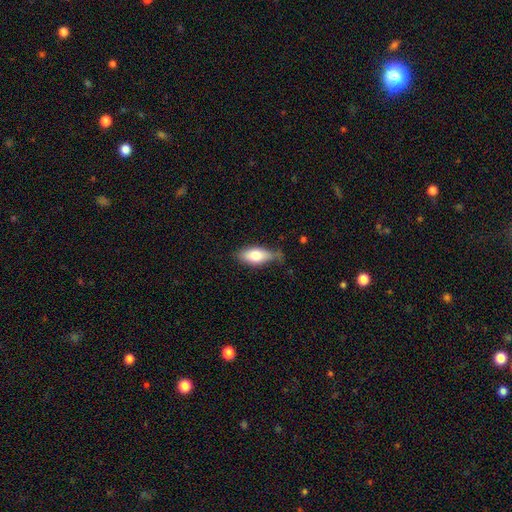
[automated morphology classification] A smooth galaxy with no disk features (75%) that is in between round and cigar-shaped (86%).

Vote fractions:
- Smooth or featured? smooth: 75% / featured or disk: 18% / star or artifact: 6%
- How rounded? in between: 86% / cigar-shaped: 12% / round: 3%
- Merging? none: 56% / minor disturbance: 33% / major disturbance: 8% / merger: 3%